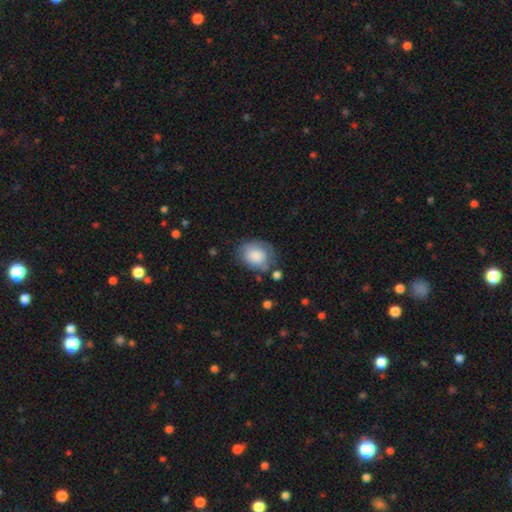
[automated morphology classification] A smooth galaxy with no disk features (81%) that is in between round and cigar-shaped (53%).

Vote fractions:
- Smooth or featured? smooth: 81% / featured or disk: 12% / star or artifact: 7%
- How rounded? in between: 53% / round: 46% / cigar-shaped: 1%
- Merging? none: 61% / minor disturbance: 25% / major disturbance: 9% / merger: 5%